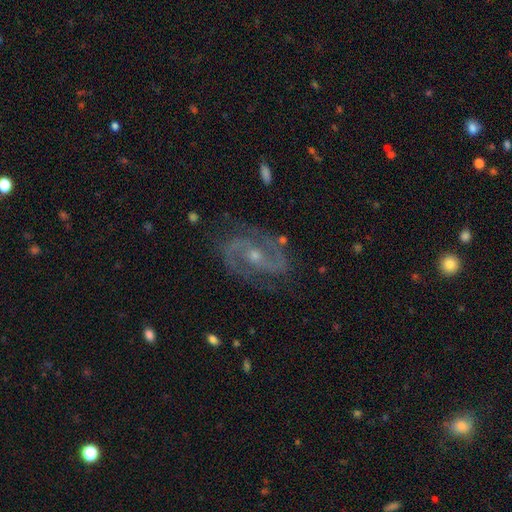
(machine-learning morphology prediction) This is clearly a featured or disk galaxy (90%). It is clearly not viewed edge-on (97%). Bar: marginally no (44%). Spiral arm pattern: clearly yes (97%). Spiral arm count: clearly 2 (90%). Spiral winding: possibly medium (58%). Central bulge: possibly small (55%). Merging: likely none (79%).